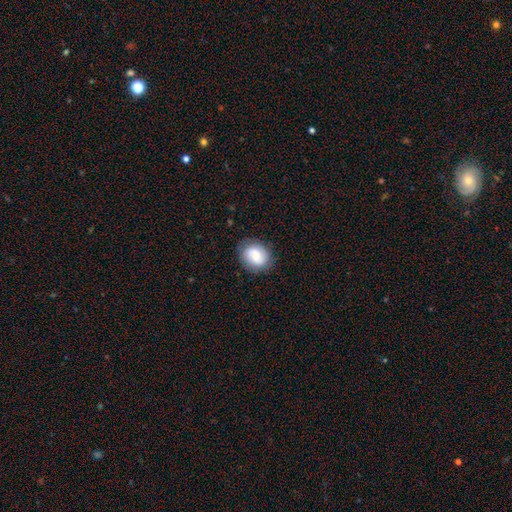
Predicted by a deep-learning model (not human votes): Smooth or featured? smooth (61%)
How rounded? round (57%)
Merging? none (82%)